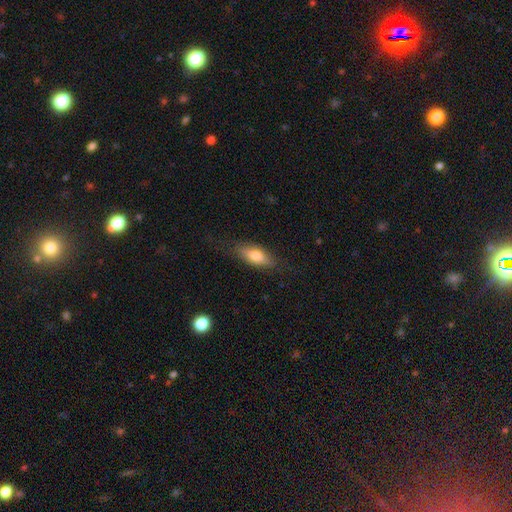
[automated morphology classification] smooth_or_featured: smooth (p=0.71) [alt: featured or disk p=0.22]
how_rounded: in between (p=0.74) [alt: cigar-shaped p=0.23]
merging: none (p=0.77) [alt: minor disturbance p=0.17]